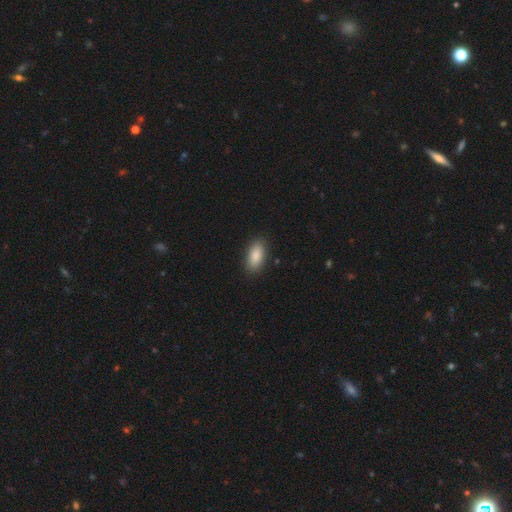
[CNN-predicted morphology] A smooth galaxy with no disk features (87%) that is in between round and cigar-shaped (90%).

Vote fractions:
- Smooth or featured? smooth: 87% / star or artifact: 7% / featured or disk: 6%
- How rounded? in between: 90% / cigar-shaped: 7% / round: 3%
- Merging? none: 87% / minor disturbance: 9% / major disturbance: 2% / merger: 1%